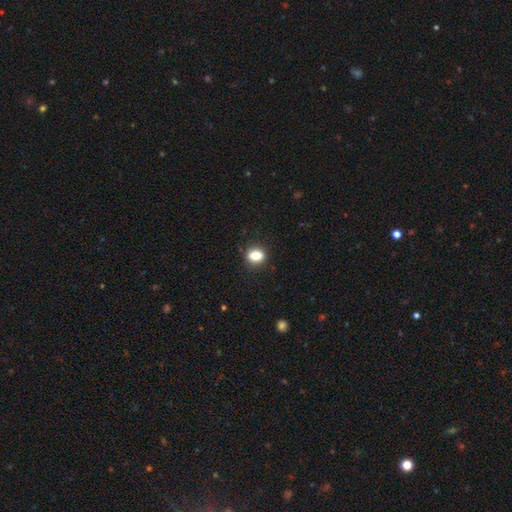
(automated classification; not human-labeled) Morphology: type=smooth (83%); roundness=in between (58%); merging=none (88%).